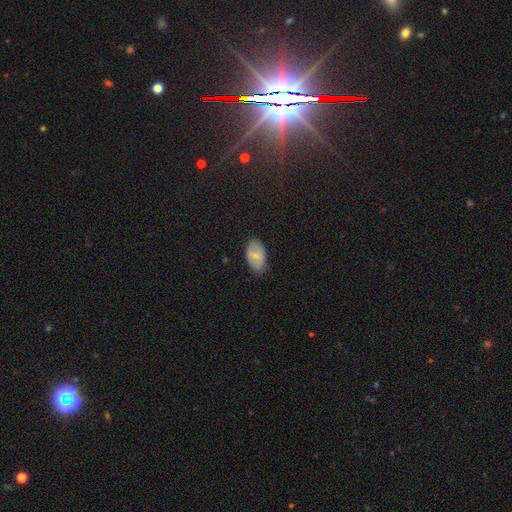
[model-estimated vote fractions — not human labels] Overall: smooth (77%). How rounded: in between (93%). Merging: none (81%).